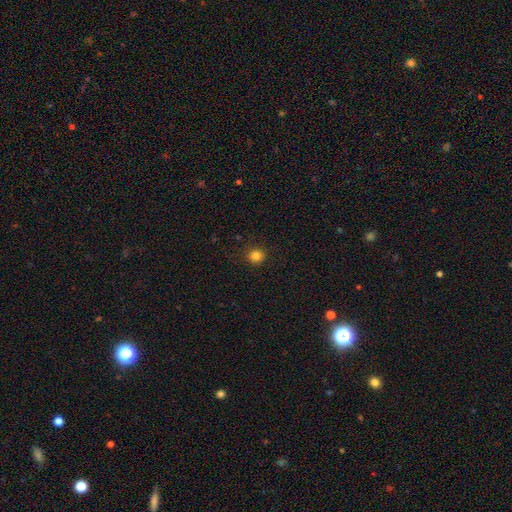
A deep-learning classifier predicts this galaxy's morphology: Q: Smooth or featured?
A: smooth (83%); runner-up: star or artifact (13%)
Q: How rounded?
A: round (92%); runner-up: in between (7%)
Q: Merging?
A: none (91%); runner-up: minor disturbance (6%)